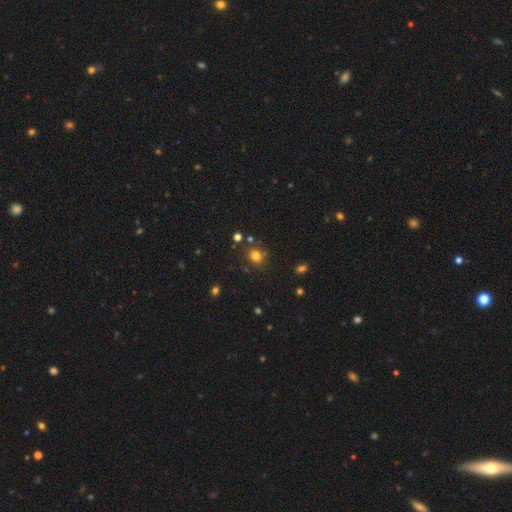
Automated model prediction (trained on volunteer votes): smooth_or_featured: smooth (p=0.76) [alt: star or artifact p=0.17]
how_rounded: round (p=0.76) [alt: in between p=0.23]
merging: none (p=0.79) [alt: minor disturbance p=0.11]